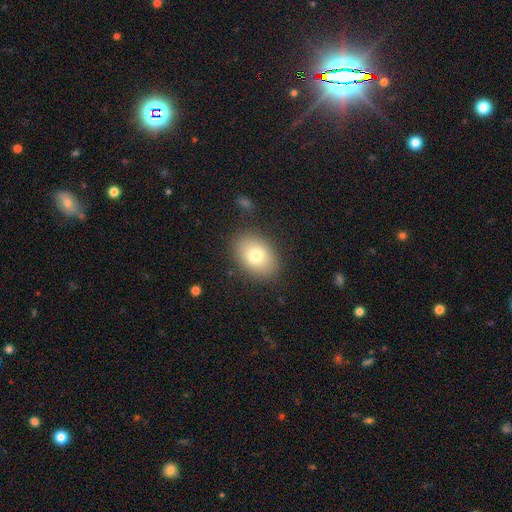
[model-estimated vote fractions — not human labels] Morphology: type=smooth (76%); roundness=in between (72%); merging=none (85%).